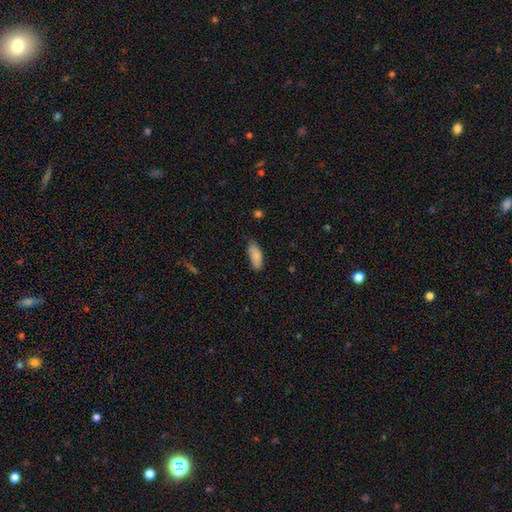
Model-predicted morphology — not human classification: This appears to be a smooth galaxy with no disk features (83%) that is in between round and cigar-shaped (79%). Merging: none (69%).